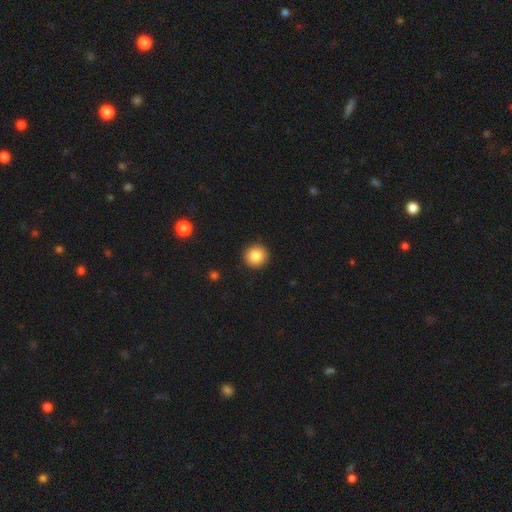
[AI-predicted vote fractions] This appears to be a smooth galaxy with no disk features (84%) that is round (95%). Merging: none (93%).